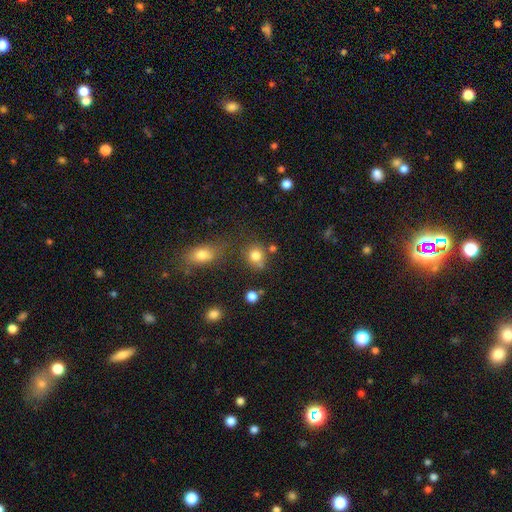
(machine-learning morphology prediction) This is clearly a smooth galaxy (80%). How rounded: likely round (74%). Merging: possibly none (60%).